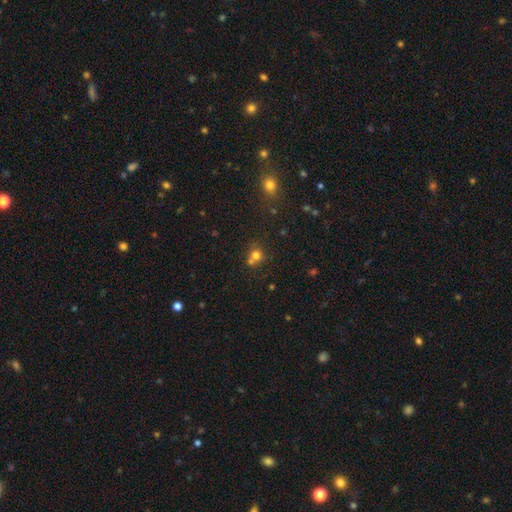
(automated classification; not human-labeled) Smooth or featured? Predicted: smooth (p=0.72). How rounded? Predicted: round (p=0.86). Merging? Predicted: none (p=0.52).